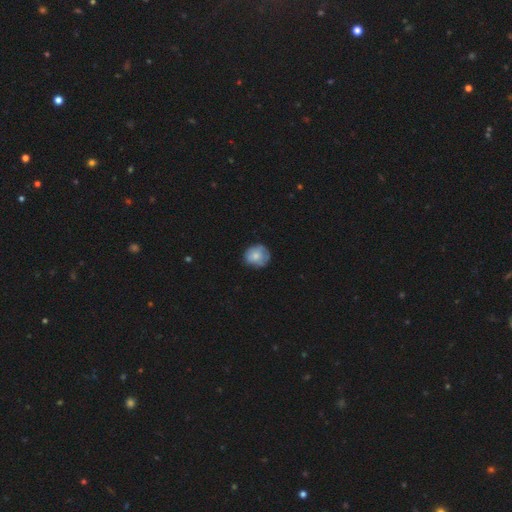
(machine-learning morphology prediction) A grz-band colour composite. It shows a smooth galaxy with no disk features (72%) that is round (77%). Merging: none (69%).